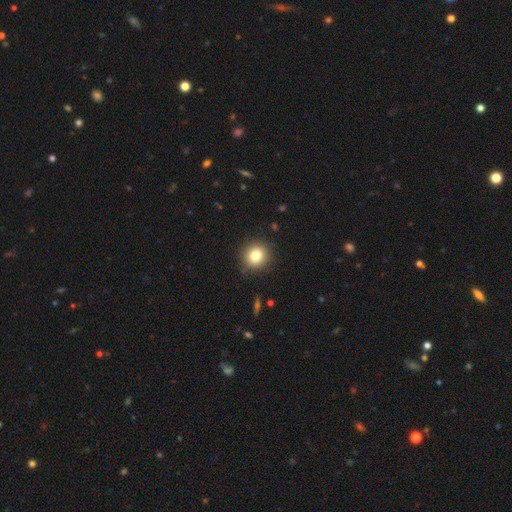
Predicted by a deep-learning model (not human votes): This appears to be a smooth galaxy with no disk features (81%) that is round (88%). Merging: none (90%).